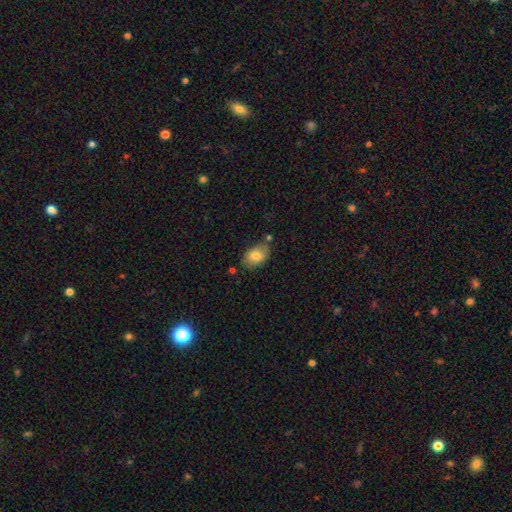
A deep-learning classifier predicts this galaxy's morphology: smooth-or-featured: smooth: 78% | featured or disk: 14% | star or artifact: 7%
  how-rounded: in between: 87% | round: 12% | cigar-shaped: 1%
  merging: none: 70% | minor disturbance: 19% | merger: 6% | major disturbance: 4%